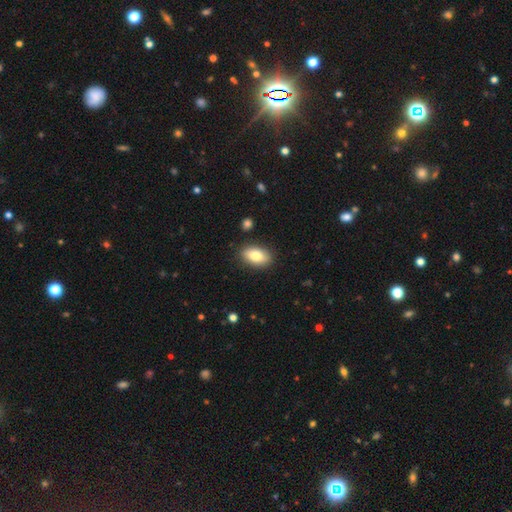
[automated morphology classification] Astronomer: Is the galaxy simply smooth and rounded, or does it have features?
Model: smooth — 81%.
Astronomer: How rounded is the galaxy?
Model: in between — 90%.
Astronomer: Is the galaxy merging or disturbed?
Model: none — 87%.